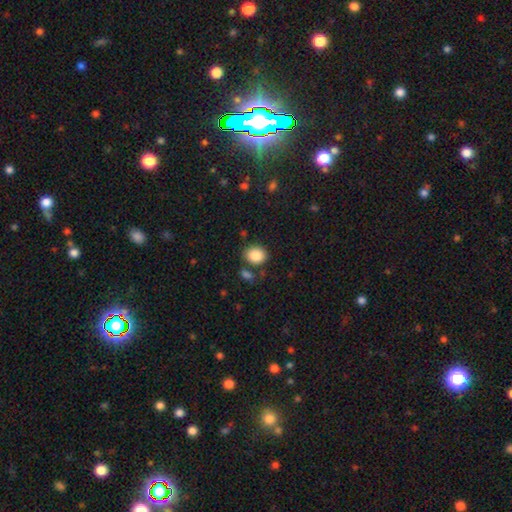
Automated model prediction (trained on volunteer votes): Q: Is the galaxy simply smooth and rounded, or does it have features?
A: smooth — 86%.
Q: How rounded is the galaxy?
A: round — 55%.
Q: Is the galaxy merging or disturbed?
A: none — 76%.